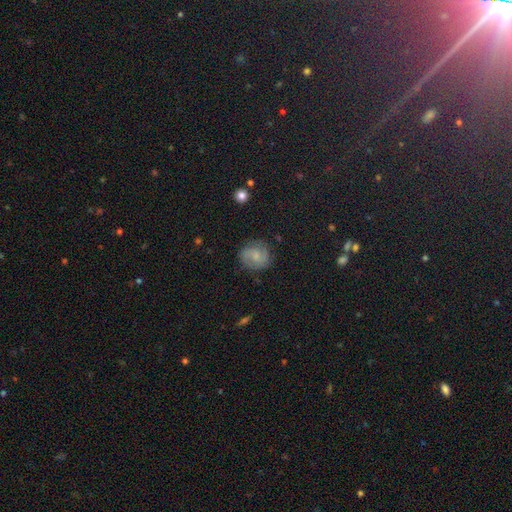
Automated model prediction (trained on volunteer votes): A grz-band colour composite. It shows a featured or disk galaxy (49%). Merging: none (75%).